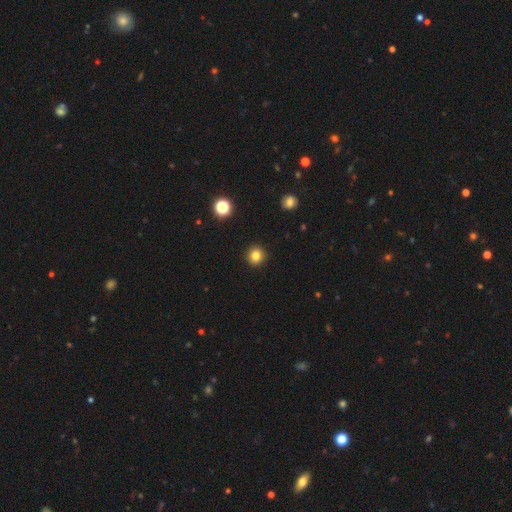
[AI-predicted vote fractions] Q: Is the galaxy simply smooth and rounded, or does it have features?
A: smooth — 83%.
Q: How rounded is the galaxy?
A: round — 94%.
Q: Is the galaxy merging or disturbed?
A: none — 93%.